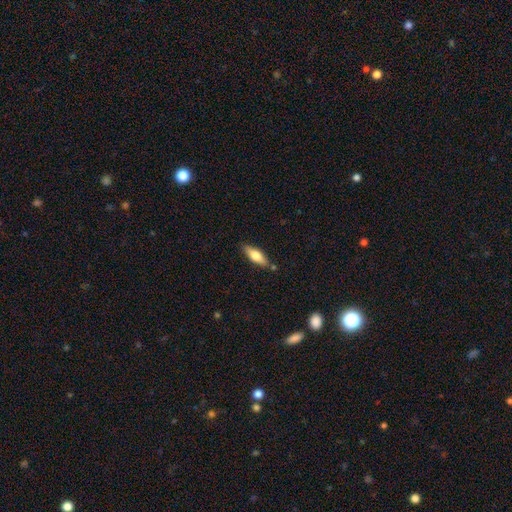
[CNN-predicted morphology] smooth 62%, featured or disk 32%, star or artifact 6%. Down the decision tree: how rounded — in between (57%); merging — none (80%).